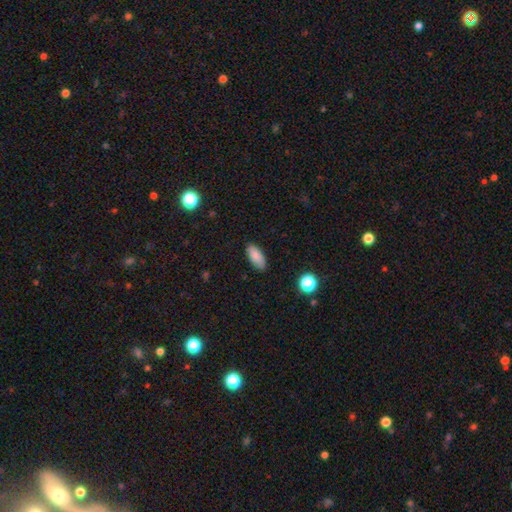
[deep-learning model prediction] Smooth or featured: smooth — 85% (star or artifact — 7%)
How rounded: in between — 87% (cigar-shaped — 11%)
Merging: none — 86% (minor disturbance — 11%)